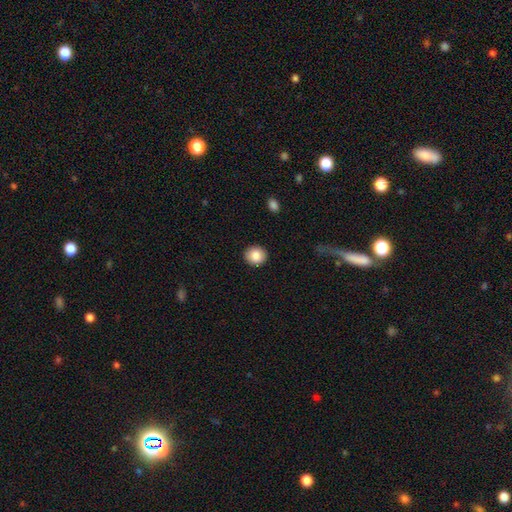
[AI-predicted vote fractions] The model was most divided on "how rounded": round: 87%, in between: 12%, cigar-shaped: 1%. More confident: merging — none (91%); smooth or featured — smooth (86%).